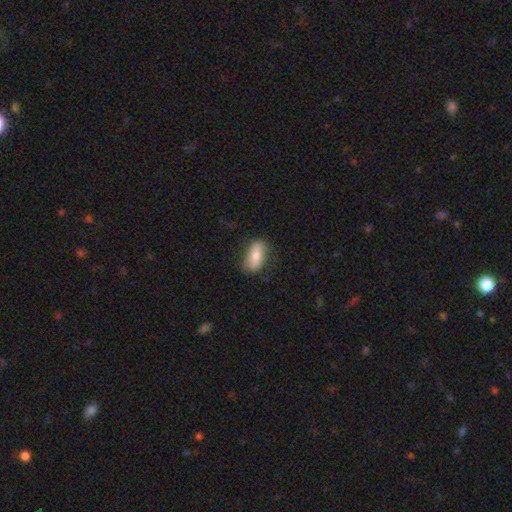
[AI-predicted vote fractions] A smooth galaxy with no disk features (65%) that is in between round and cigar-shaped (83%). Merging: none (74%).